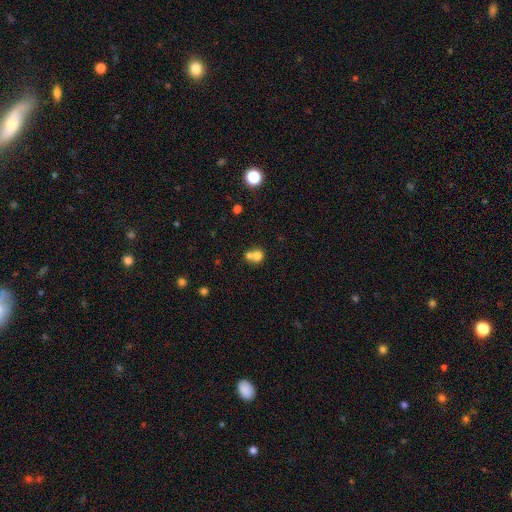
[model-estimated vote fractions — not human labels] smooth_or_featured: smooth (p=0.72) [alt: featured or disk p=0.16]
how_rounded: round (p=0.77) [alt: in between p=0.22]
merging: merger (p=0.62) [alt: none p=0.30]